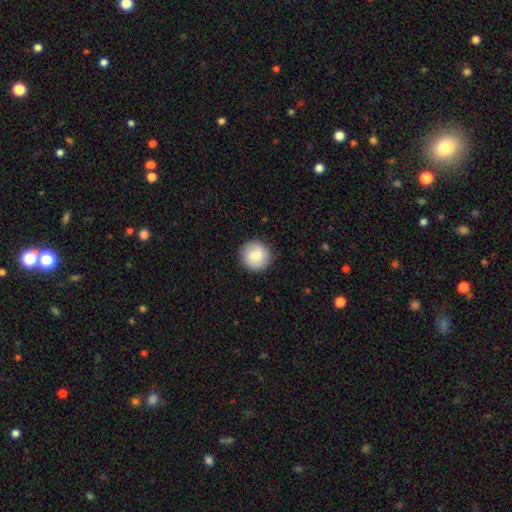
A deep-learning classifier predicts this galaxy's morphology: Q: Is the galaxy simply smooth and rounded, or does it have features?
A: smooth — 85%.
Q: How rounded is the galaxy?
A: round — 94%.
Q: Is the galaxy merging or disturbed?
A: none — 90%.